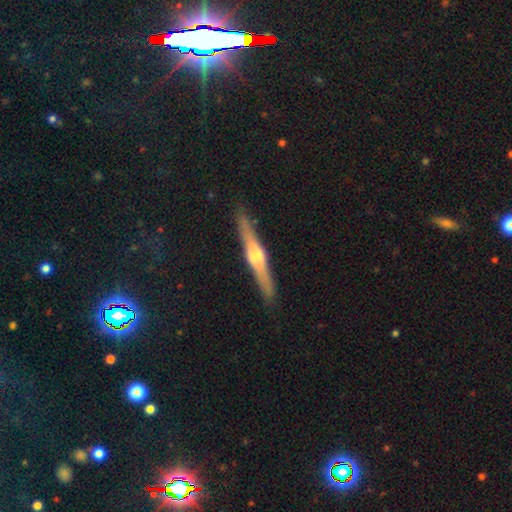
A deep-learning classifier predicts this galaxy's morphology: smooth-or-featured: featured or disk: 73% | smooth: 22% | star or artifact: 5%
  disk-edge-on: yes: 97% | no: 3%
    edge-on-bulge: rounded: 88% | boxy: 8% | none: 4%
  merging: none: 90% | minor disturbance: 7% | major disturbance: 2% | merger: 1%